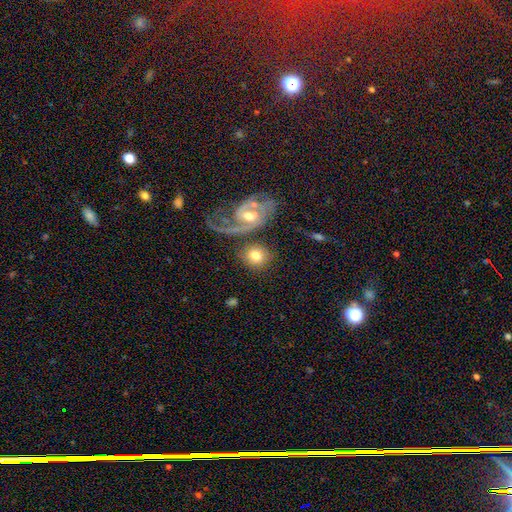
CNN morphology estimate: smooth 66%, featured or disk 26%, star or artifact 7%. Down the decision tree: how rounded — round (76%); merging — none (61%).